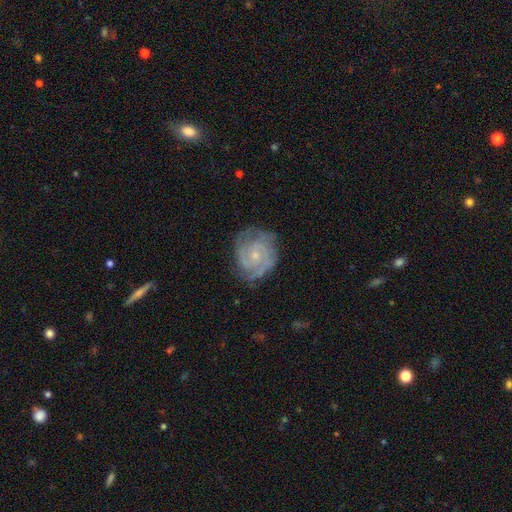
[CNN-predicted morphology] featured or disk 86%, smooth 8%, star or artifact 5%. Down the decision tree: edge-on disk — no (98%); bar — no (72%); spiral arms — yes (97%); spiral arm count — 2 (47%); spiral winding — tight (67%); bulge size — small (70%); merging — none (74%).